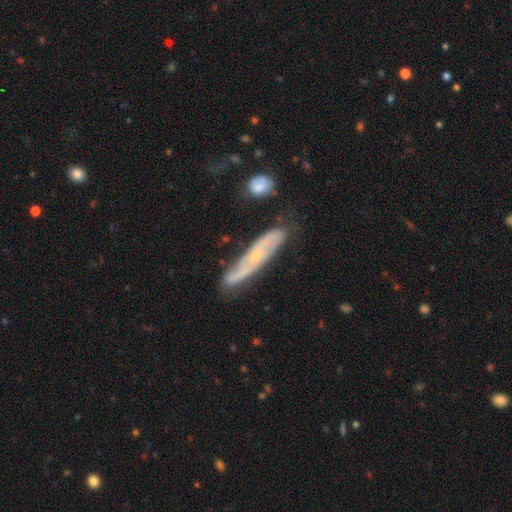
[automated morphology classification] A featured or disk galaxy (71%).

Vote fractions:
- Smooth or featured? featured or disk: 71% / smooth: 22% / star or artifact: 7%
- Edge-on disk? no: 58% / yes: 42%
- Merging? none: 72% / minor disturbance: 19% / major disturbance: 5% / merger: 4%